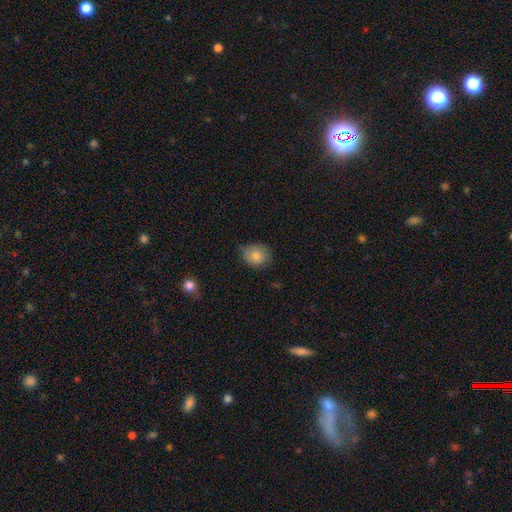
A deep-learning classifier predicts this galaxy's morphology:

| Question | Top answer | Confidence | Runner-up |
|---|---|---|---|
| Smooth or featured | smooth | 84% | star or artifact (8%) |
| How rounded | round | 69% | in between (30%) |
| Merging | none | 71% | minor disturbance (24%) |